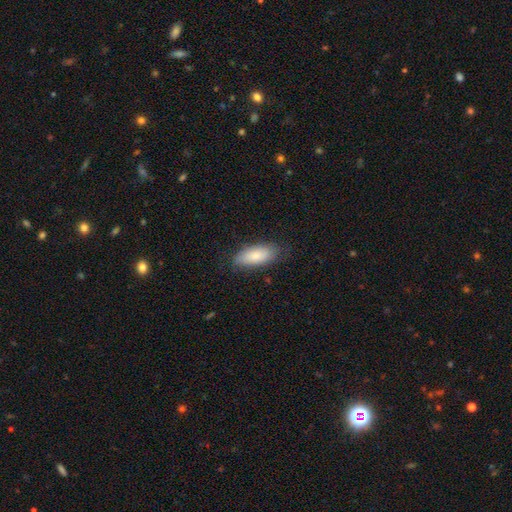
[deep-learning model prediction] This is clearly a smooth galaxy (81%). How rounded: clearly in between (83%). Merging: likely none (77%).